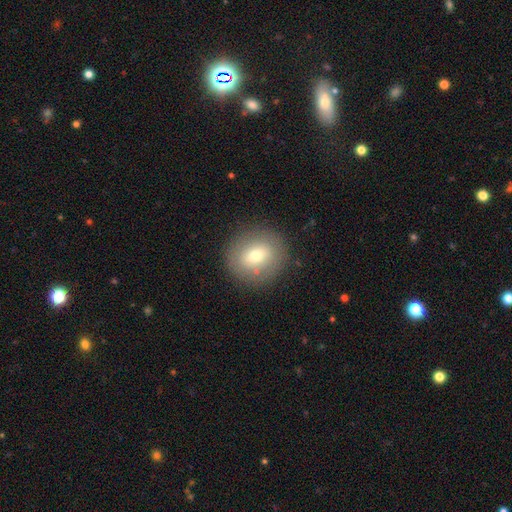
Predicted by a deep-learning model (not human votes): A smooth galaxy with no disk features (68%) that is round (80%). Merging: none (88%).